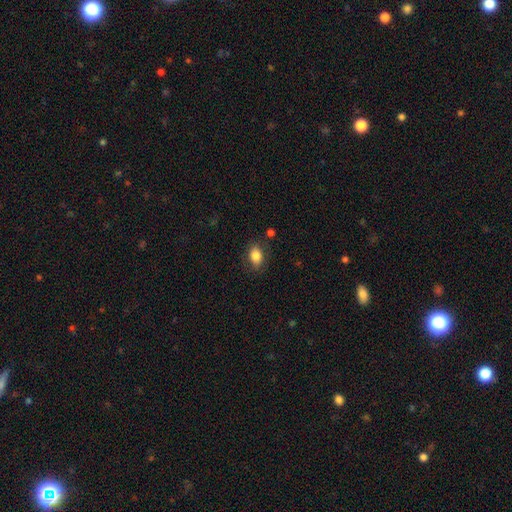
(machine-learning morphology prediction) This appears to be a smooth galaxy with no disk features (84%) that is in between round and cigar-shaped (82%). Merging: none (80%).